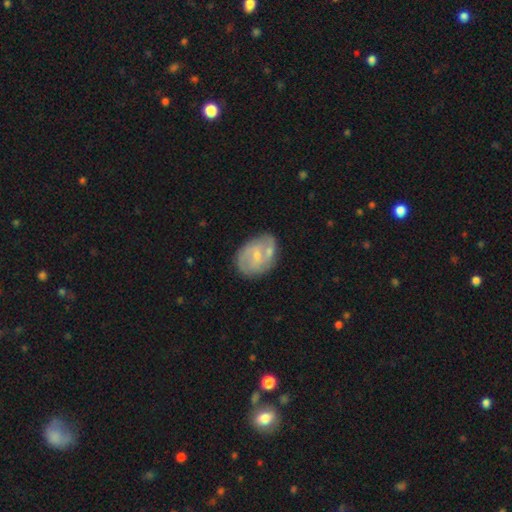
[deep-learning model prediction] This appears to be a featured or disk galaxy (61%) with no bar (49%), spiral arms (68%) and a small central bulge (59%). Merging: none (53%).